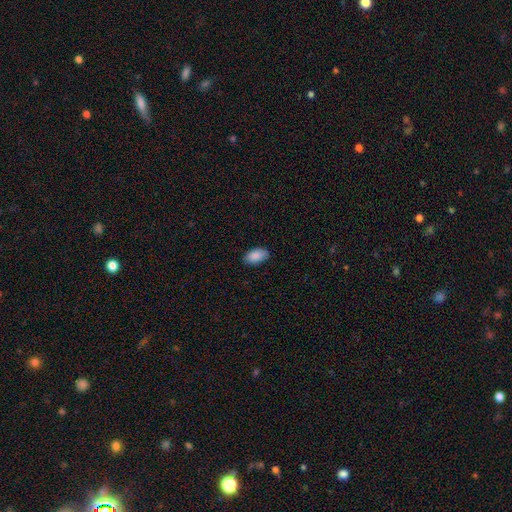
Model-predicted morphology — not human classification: Overall: smooth (89%). How rounded: in between (94%). Merging: none (83%).